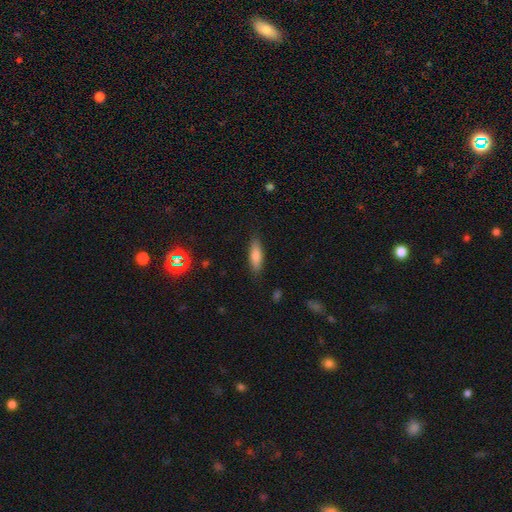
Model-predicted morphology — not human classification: A smooth galaxy with no disk features (77%) that is cigar-shaped (53%).

Vote fractions:
- Smooth or featured? smooth: 77% / featured or disk: 16% / star or artifact: 8%
- How rounded? cigar-shaped: 53% / in between: 45% / round: 2%
- Merging? none: 85% / minor disturbance: 11% / major disturbance: 3% / merger: 1%